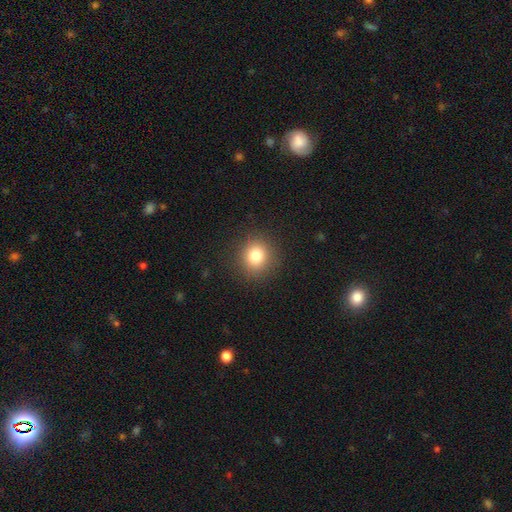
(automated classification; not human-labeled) Smooth or featured: smooth — 81% (star or artifact — 12%)
How rounded: round — 84% (in between — 15%)
Merging: none — 89% (minor disturbance — 8%)